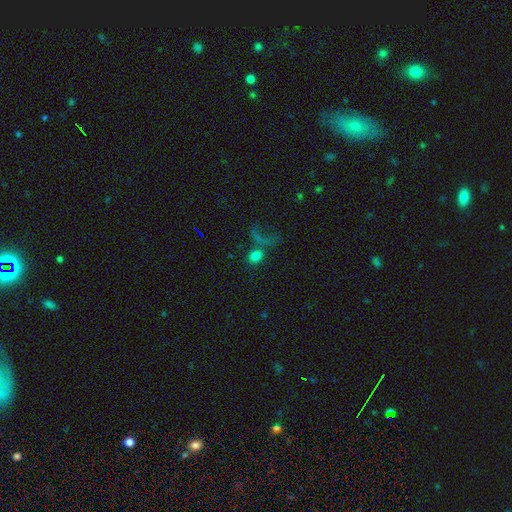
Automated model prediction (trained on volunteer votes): Morphology: type=smooth (71%); roundness=round (58%); merging=none (41%).